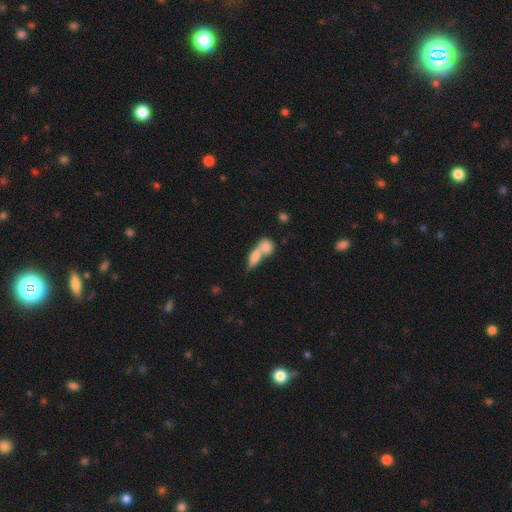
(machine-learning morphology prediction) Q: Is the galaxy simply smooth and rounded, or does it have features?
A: smooth — 76%.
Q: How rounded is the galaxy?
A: in between — 65%.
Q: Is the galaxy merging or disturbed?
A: merger — 70%.